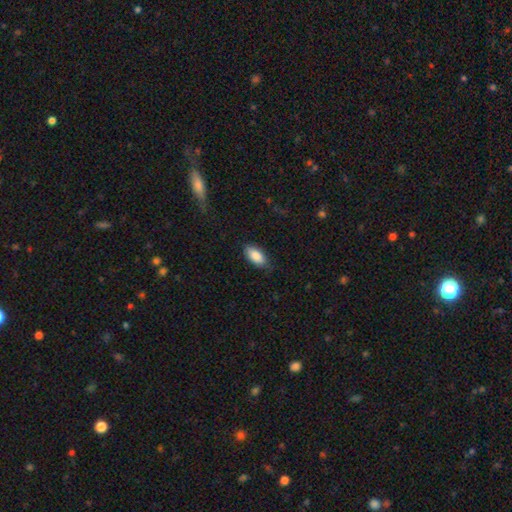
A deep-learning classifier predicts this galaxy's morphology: Q: Smooth or featured?
A: smooth (87%); runner-up: featured or disk (7%)
Q: How rounded?
A: in between (91%); runner-up: cigar-shaped (7%)
Q: Merging?
A: none (80%); runner-up: minor disturbance (16%)